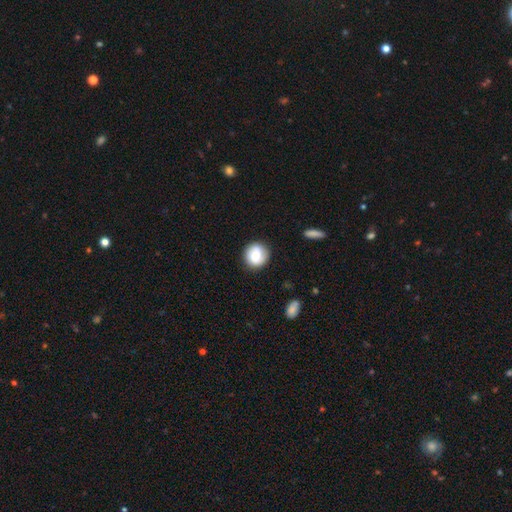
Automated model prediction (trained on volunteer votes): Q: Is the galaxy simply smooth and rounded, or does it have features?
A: smooth — 70%.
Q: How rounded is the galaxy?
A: round — 90%.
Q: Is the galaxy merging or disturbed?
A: none — 82%.